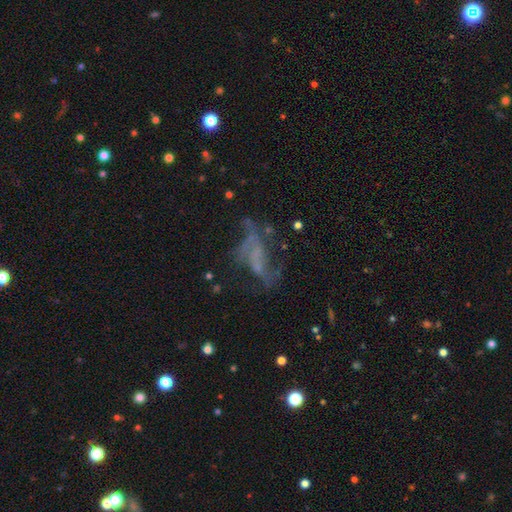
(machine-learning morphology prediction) This appears to be a featured or disk galaxy (59%) with no bar (61%), spiral arms (57%) and no central bulge (72%). Merging: none (41%).